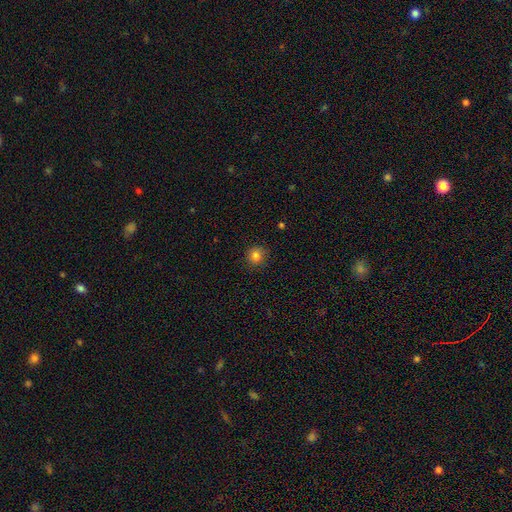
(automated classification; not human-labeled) Overall: smooth (82%). How rounded: round (88%). Merging: none (88%).